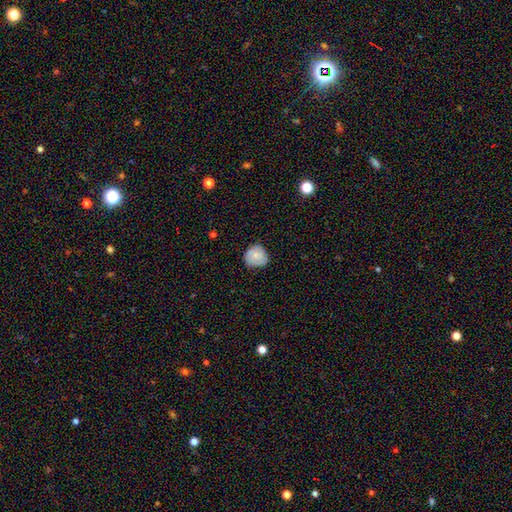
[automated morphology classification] Smooth or featured? smooth (75%)
How rounded? round (84%)
Merging? none (69%)